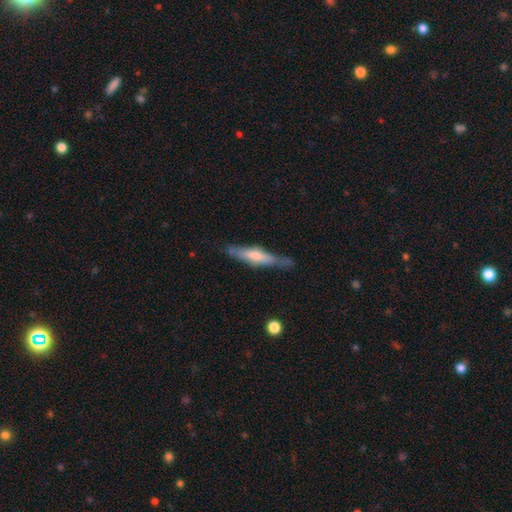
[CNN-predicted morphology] Smooth or featured? smooth (51%)
How rounded? cigar-shaped (82%)
Merging? none (67%)